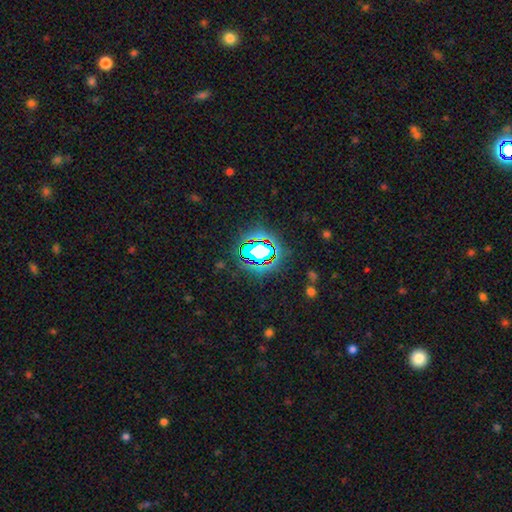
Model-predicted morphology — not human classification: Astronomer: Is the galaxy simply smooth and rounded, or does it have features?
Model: star or artifact — 71%.